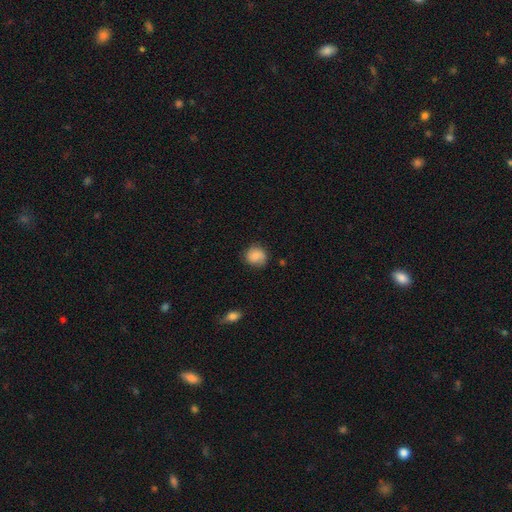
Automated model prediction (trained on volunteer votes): Smooth or featured: smooth — 83% (featured or disk — 9%)
How rounded: round — 83% (in between — 16%)
Merging: none — 79% (minor disturbance — 17%)